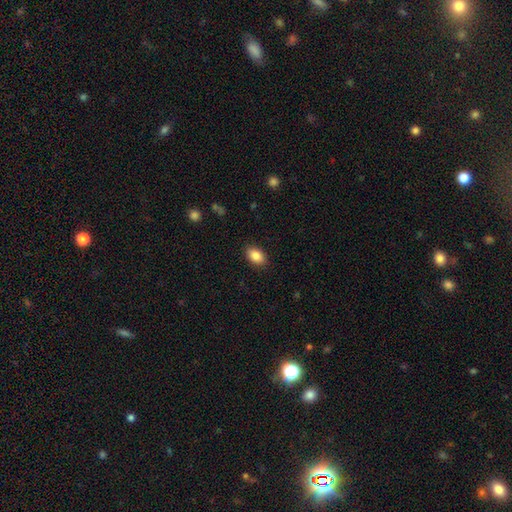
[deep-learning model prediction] The model was most divided on "smooth or featured": smooth: 87%, star or artifact: 8%, featured or disk: 5%. More confident: how rounded — in between (89%); merging — none (89%).